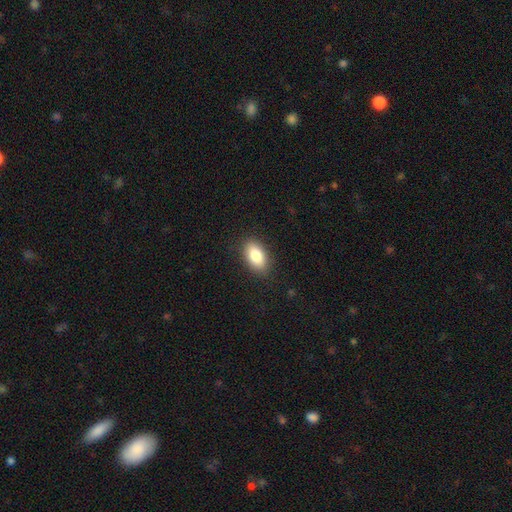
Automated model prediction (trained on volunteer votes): Smooth or featured: smooth — 84% (featured or disk — 9%)
How rounded: in between — 92% (round — 6%)
Merging: none — 88% (minor disturbance — 9%)